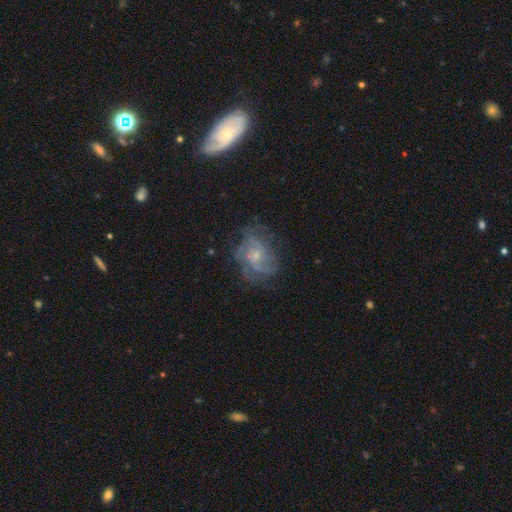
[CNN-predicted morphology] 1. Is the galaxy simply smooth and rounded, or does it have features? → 80% featured or disk, 11% smooth, 9% star or artifact.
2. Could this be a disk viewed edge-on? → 98% no, 2% yes.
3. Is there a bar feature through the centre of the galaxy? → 62% no, 33% weak, 5% strong.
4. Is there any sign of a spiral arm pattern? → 91% yes, 9% no.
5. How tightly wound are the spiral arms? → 44% medium, 41% tight, 15% loose.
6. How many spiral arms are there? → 33% can't tell, 22% 3, 19% 2, 14% 4, 6% more than 4, 6% 1.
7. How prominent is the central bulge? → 69% small, 23% moderate, 6% none, 1% large, 1% dominant.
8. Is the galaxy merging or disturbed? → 66% none, 19% minor disturbance, 12% major disturbance, 2% merger.